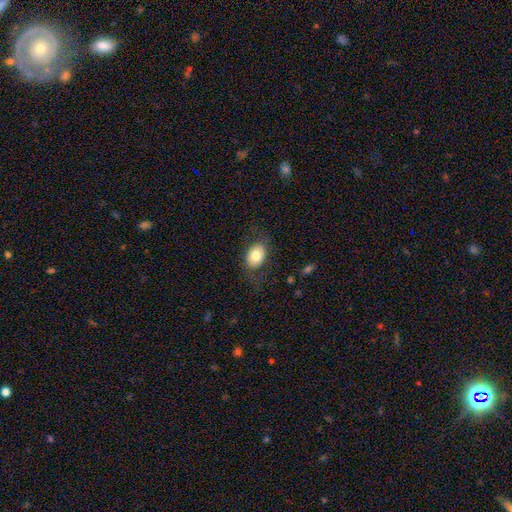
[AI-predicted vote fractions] Smooth or featured?
  - smooth: 77% *
  - featured or disk: 15%
  - star or artifact: 8%
How rounded?
  - in between: 77% *
  - round: 22%
  - cigar-shaped: 1%
Merging?
  - none: 76% *
  - minor disturbance: 15%
  - major disturbance: 8%
  - merger: 1%